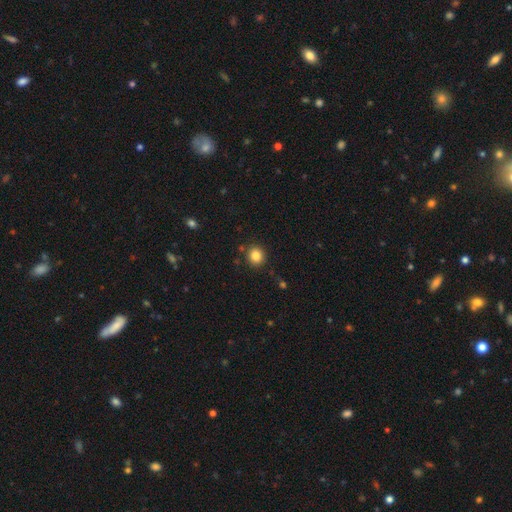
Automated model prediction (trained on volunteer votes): The model was most divided on "smooth or featured": smooth: 84%, star or artifact: 11%, featured or disk: 5%. More confident: merging — none (87%); how rounded — round (87%).